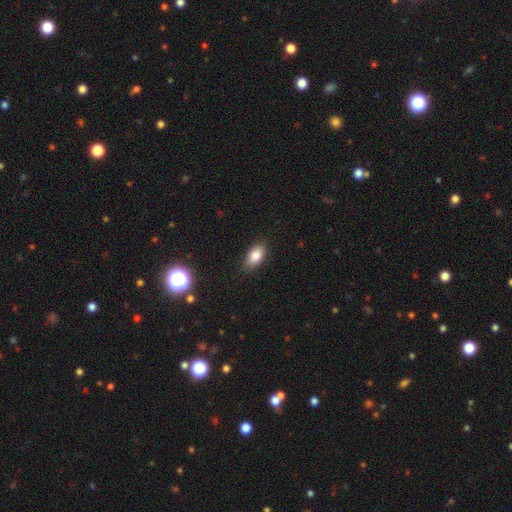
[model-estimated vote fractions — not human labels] smooth 82%, star or artifact 9%, featured or disk 9%. Down the decision tree: how rounded — in between (90%); merging — none (85%).